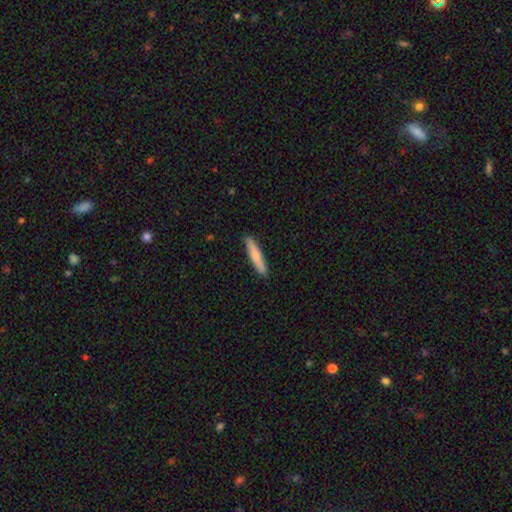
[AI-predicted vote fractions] Smooth or featured: smooth — 66% (featured or disk — 29%)
How rounded: cigar-shaped — 91% (in between — 8%)
Merging: none — 90% (minor disturbance — 7%)